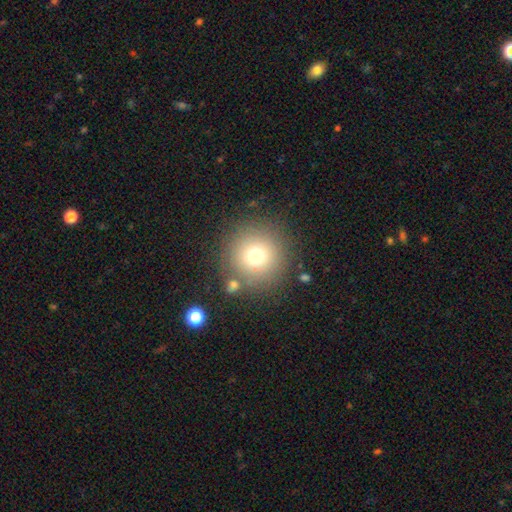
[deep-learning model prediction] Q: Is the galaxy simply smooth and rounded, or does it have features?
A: smooth — 71%.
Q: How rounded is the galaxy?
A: round — 96%.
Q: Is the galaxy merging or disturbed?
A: none — 82%.